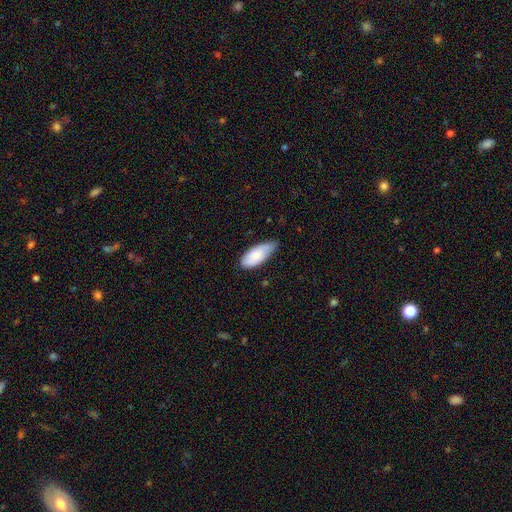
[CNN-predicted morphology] smooth_or_featured: smooth (p=0.82) [alt: featured or disk p=0.12]
how_rounded: in between (p=0.84) [alt: cigar-shaped p=0.14]
merging: none (p=0.52) [alt: minor disturbance p=0.41]